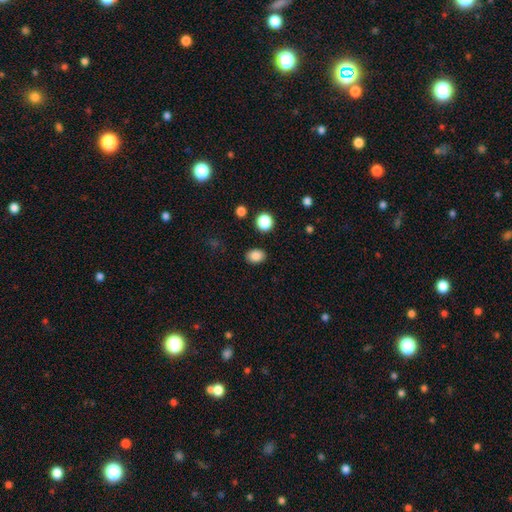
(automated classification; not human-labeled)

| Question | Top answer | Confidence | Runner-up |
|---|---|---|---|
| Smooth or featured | smooth | 85% | star or artifact (10%) |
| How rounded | in between | 67% | round (32%) |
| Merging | none | 87% | minor disturbance (8%) |